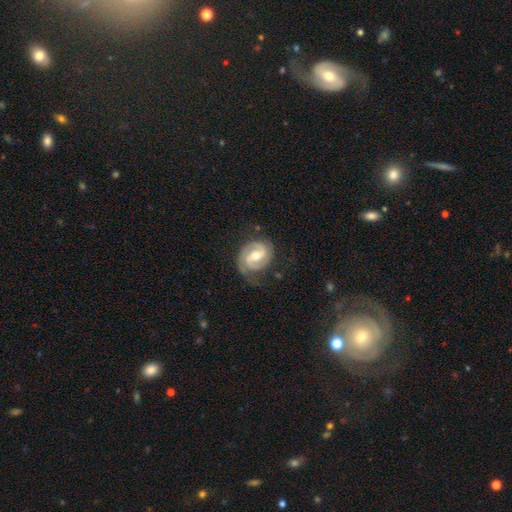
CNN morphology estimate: This appears to be a featured or disk galaxy (85%) with a weak bar (50%), 2 (85%) medium (44%) spiral arms (96%) and a moderate central bulge (66%). Merging: none (69%).